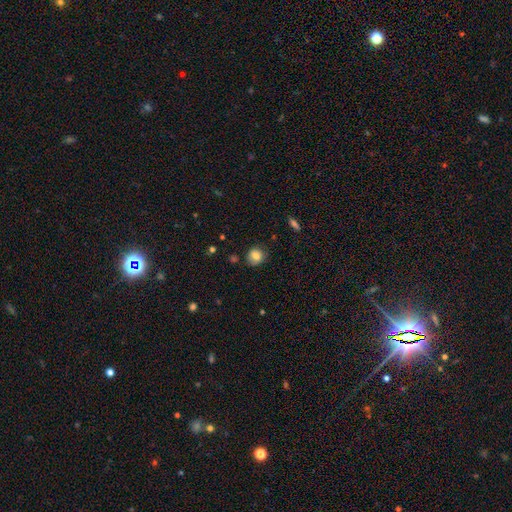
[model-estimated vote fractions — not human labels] Smooth or featured: smooth — 80% (star or artifact — 10%)
How rounded: round — 82% (in between — 17%)
Merging: none — 79% (minor disturbance — 16%)